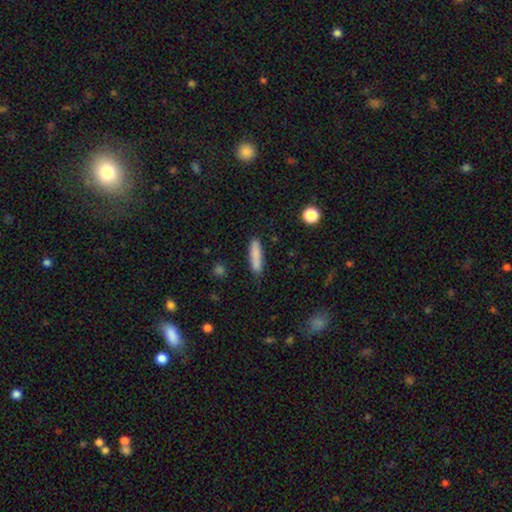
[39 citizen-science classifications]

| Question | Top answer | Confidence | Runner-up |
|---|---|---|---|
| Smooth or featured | smooth | 85% | featured or disk (10%) |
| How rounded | cigar-shaped | 91% | in between (6%) |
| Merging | none | 73% | minor disturbance (16%) |